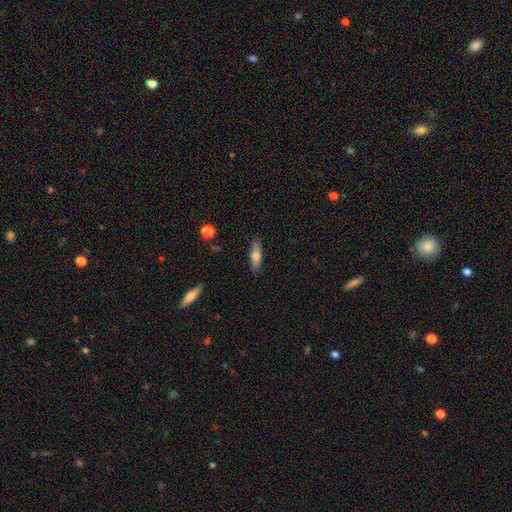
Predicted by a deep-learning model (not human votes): Smooth or featured? Predicted: smooth (p=0.72). How rounded? Predicted: cigar-shaped (p=0.54). Merging? Predicted: none (p=0.86).